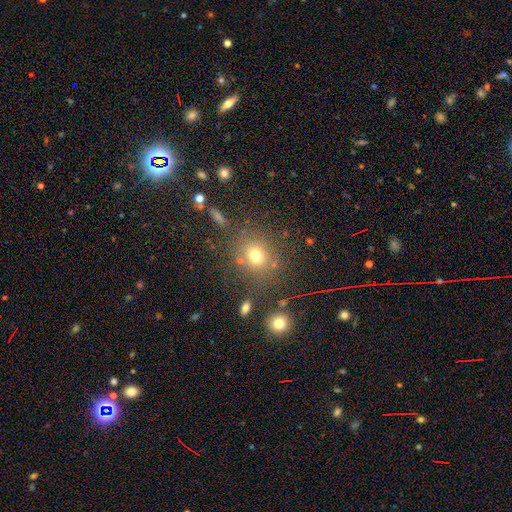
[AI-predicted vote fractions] smooth_or_featured: smooth (p=0.72) [alt: star or artifact p=0.19]
how_rounded: round (p=0.78) [alt: in between p=0.21]
merging: none (p=0.78) [alt: minor disturbance p=0.11]